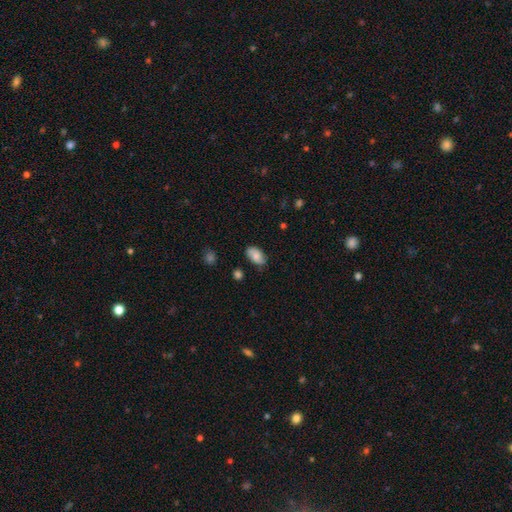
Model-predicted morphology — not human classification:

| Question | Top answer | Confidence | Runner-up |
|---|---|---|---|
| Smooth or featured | smooth | 75% | featured or disk (17%) |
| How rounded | in between | 92% | round (6%) |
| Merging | none | 70% | minor disturbance (23%) |